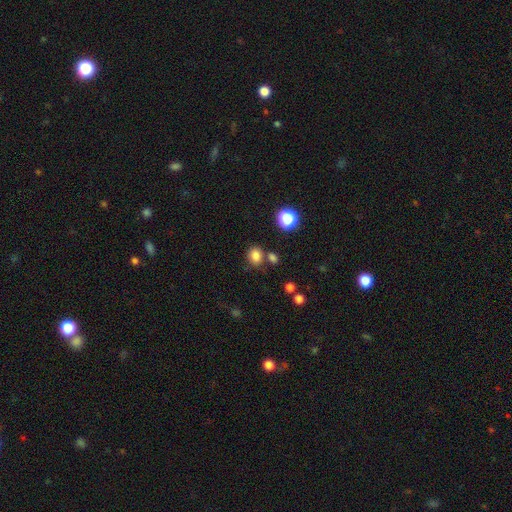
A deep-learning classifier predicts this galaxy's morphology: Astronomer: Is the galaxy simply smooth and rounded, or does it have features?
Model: smooth — 81%.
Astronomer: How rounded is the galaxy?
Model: round — 59% (runner-up: in between, 41%).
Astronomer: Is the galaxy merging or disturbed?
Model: none — 72%.